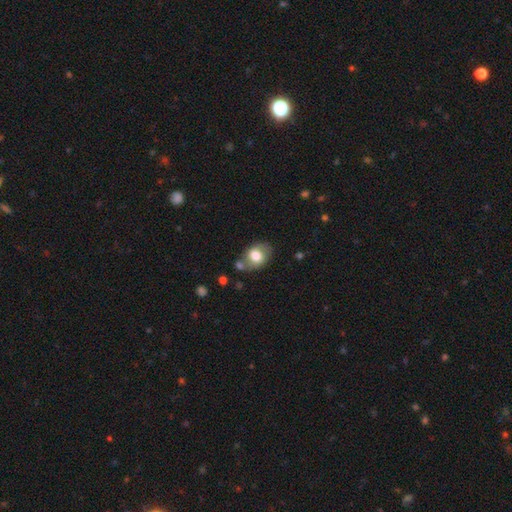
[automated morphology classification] Q: Smooth or featured?
A: smooth (71%); runner-up: featured or disk (21%)
Q: How rounded?
A: in between (67%); runner-up: round (31%)
Q: Merging?
A: none (62%); runner-up: minor disturbance (21%)